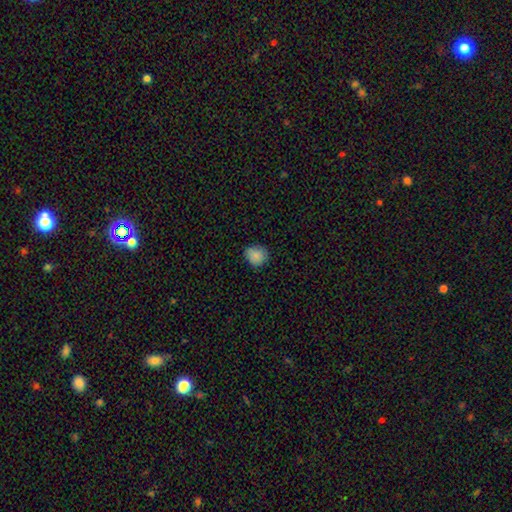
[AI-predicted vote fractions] smooth_or_featured: smooth (p=0.86) [alt: star or artifact p=0.09]
how_rounded: round (p=0.79) [alt: in between p=0.20]
merging: none (p=0.79) [alt: minor disturbance p=0.18]